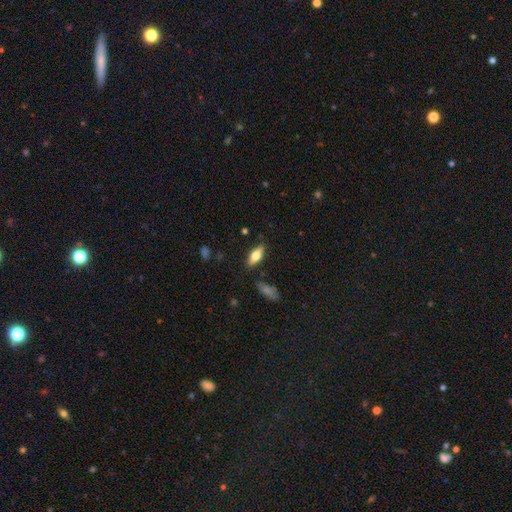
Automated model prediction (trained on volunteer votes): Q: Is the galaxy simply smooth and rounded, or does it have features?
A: smooth — 55%.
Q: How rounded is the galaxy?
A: in between — 66%.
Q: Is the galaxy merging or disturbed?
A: none — 83%.